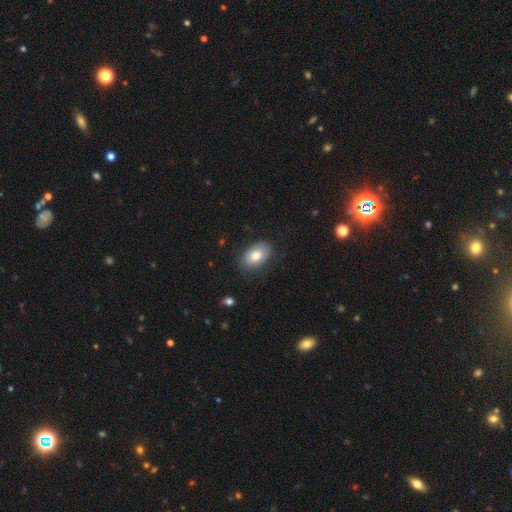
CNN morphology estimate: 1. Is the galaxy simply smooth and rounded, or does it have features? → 78% smooth, 15% featured or disk, 7% star or artifact.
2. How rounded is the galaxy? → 89% in between, 9% round, 1% cigar-shaped.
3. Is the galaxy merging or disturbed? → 80% none, 15% minor disturbance, 4% major disturbance, 1% merger.